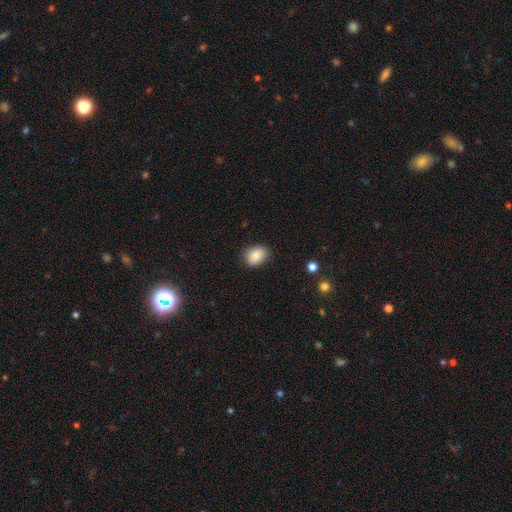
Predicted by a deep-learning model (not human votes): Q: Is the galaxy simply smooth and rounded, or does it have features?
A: smooth — 86%.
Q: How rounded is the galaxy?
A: in between — 63%.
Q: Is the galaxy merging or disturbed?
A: none — 84%.